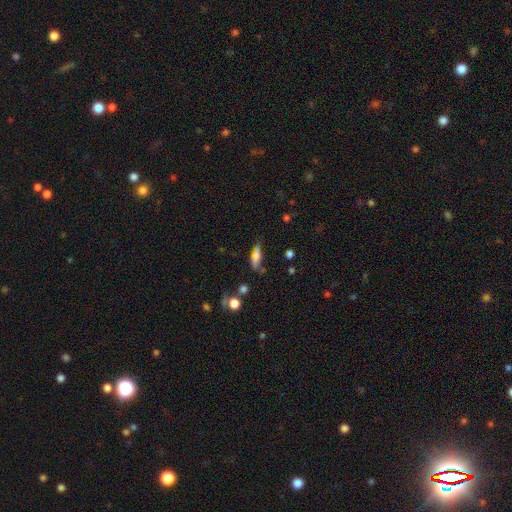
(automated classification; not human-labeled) Smooth or featured?
  - smooth: 66% *
  - featured or disk: 25%
  - star or artifact: 9%
How rounded?
  - cigar-shaped: 55% *
  - in between: 42%
  - round: 3%
Merging?
  - none: 58% *
  - minor disturbance: 27%
  - major disturbance: 9%
  - merger: 5%